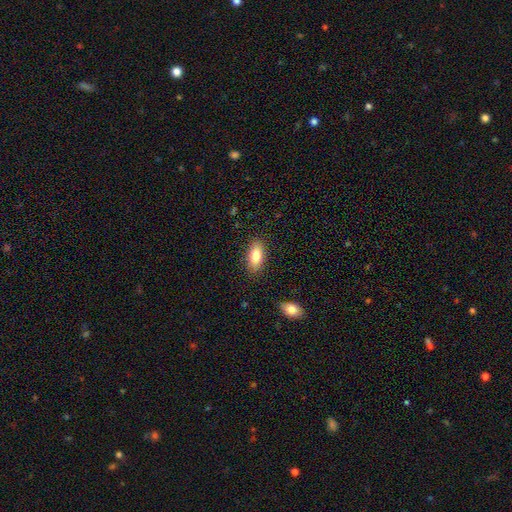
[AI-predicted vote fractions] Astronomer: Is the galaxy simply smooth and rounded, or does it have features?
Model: smooth — 80%.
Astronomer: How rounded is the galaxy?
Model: in between — 88%.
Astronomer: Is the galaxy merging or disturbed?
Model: none — 86%.